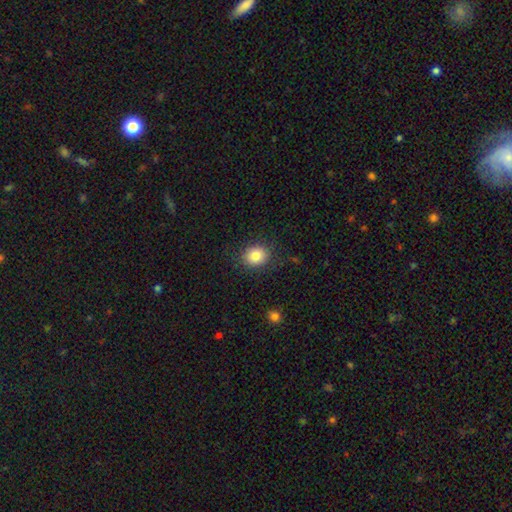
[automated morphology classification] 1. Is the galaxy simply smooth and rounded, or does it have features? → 83% smooth, 10% star or artifact, 8% featured or disk.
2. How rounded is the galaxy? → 64% round, 36% in between, 1% cigar-shaped.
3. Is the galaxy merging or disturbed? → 86% none, 10% minor disturbance, 3% major disturbance, 1% merger.